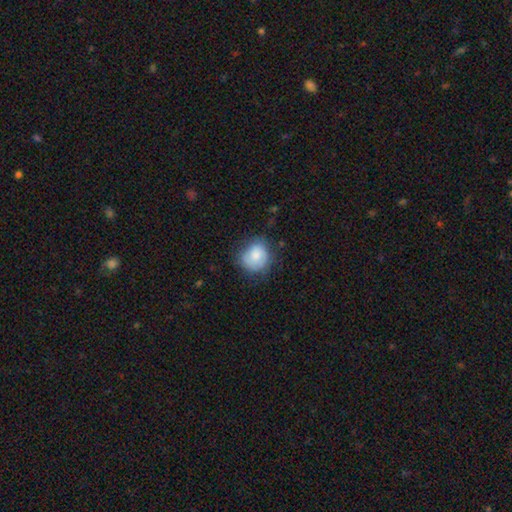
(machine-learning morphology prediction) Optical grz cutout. It shows a smooth galaxy with no disk features (76%) that is round (75%). Merging: none (64%).